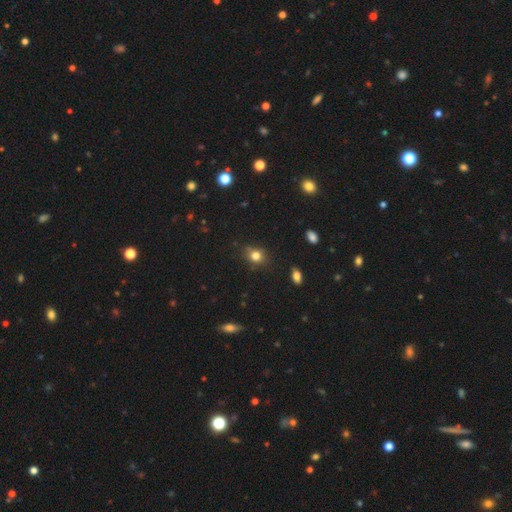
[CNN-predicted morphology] Smooth or featured: smooth — 79% (star or artifact — 14%)
How rounded: round — 64% (in between — 35%)
Merging: none — 78% (minor disturbance — 16%)